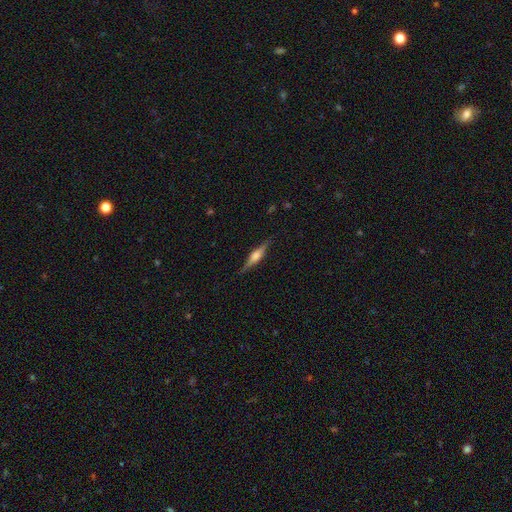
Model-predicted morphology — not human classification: Overall: featured or disk (74%). Edge-on disk: yes (98%). Edge-on bulge: rounded (83%). Merging: none (88%).